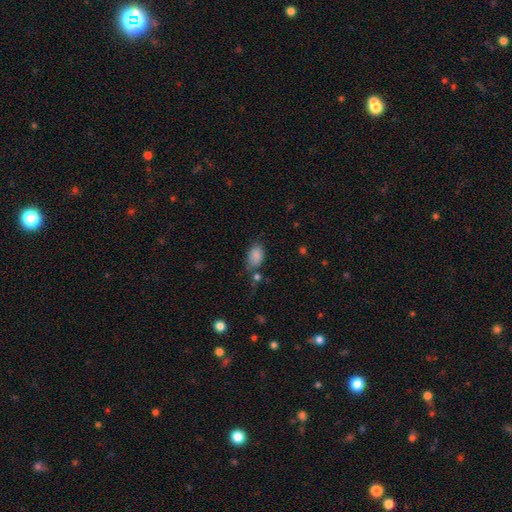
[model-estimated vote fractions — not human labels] smooth_or_featured: smooth (p=0.85) [alt: star or artifact p=0.09]
how_rounded: in between (p=0.90) [alt: round p=0.08]
merging: none (p=0.53) [alt: minor disturbance p=0.27]